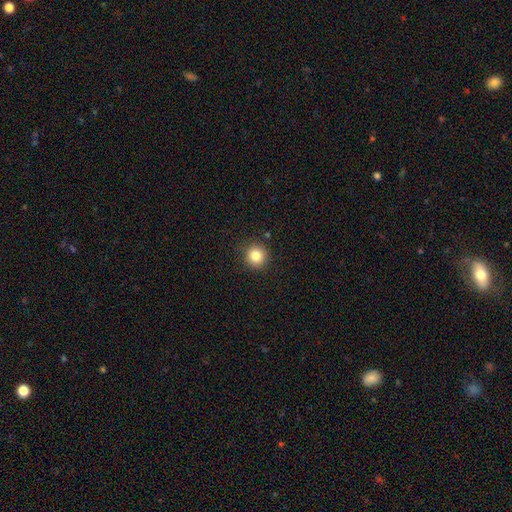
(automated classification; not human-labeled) Smooth or featured: smooth — 83% (star or artifact — 11%)
How rounded: round — 94% (in between — 5%)
Merging: none — 91% (minor disturbance — 6%)